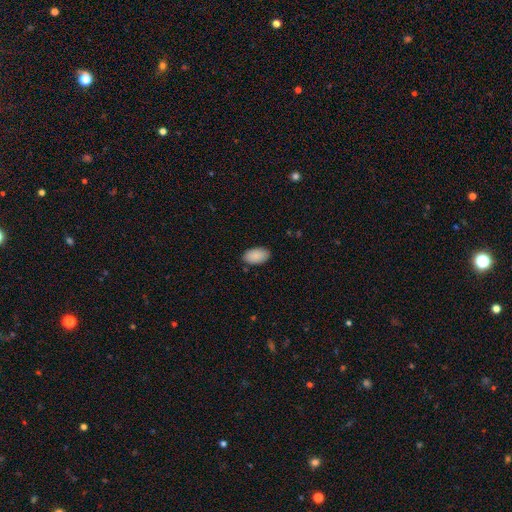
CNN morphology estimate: smooth 90%, star or artifact 6%, featured or disk 4%. Down the decision tree: how rounded — in between (95%); merging — none (86%).